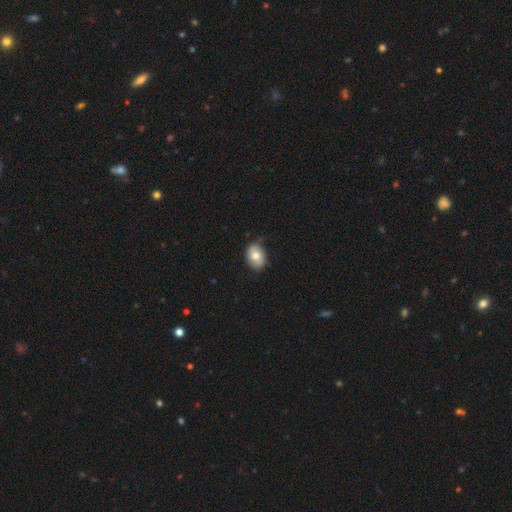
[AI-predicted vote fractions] smooth_or_featured: smooth (p=0.74) [alt: featured or disk p=0.19]
how_rounded: in between (p=0.69) [alt: round p=0.30]
merging: none (p=0.70) [alt: minor disturbance p=0.24]